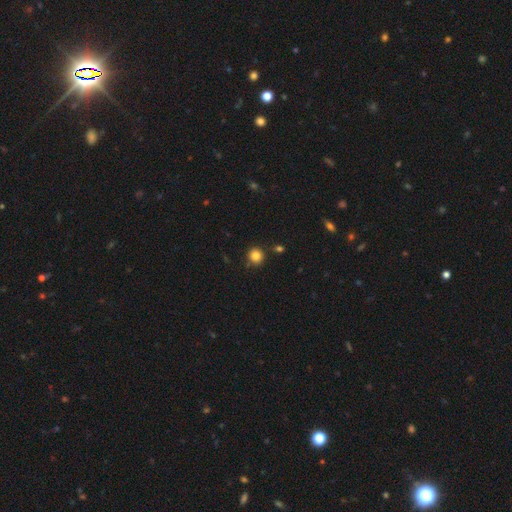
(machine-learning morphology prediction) Q: Smooth or featured?
A: smooth (84%); runner-up: star or artifact (12%)
Q: How rounded?
A: round (92%); runner-up: in between (7%)
Q: Merging?
A: none (85%); runner-up: minor disturbance (9%)